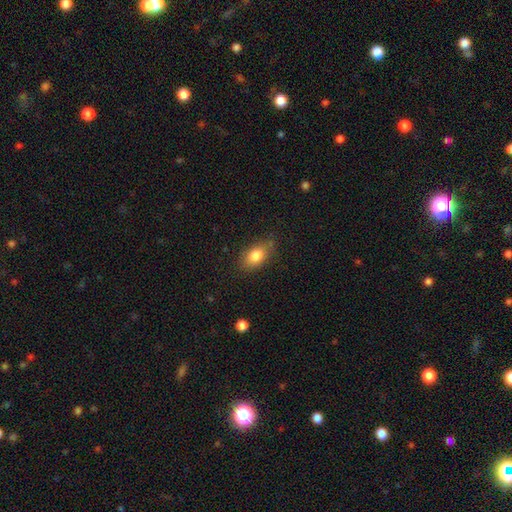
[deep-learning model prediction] Overall: smooth (82%). How rounded: in between (85%). Merging: none (77%).